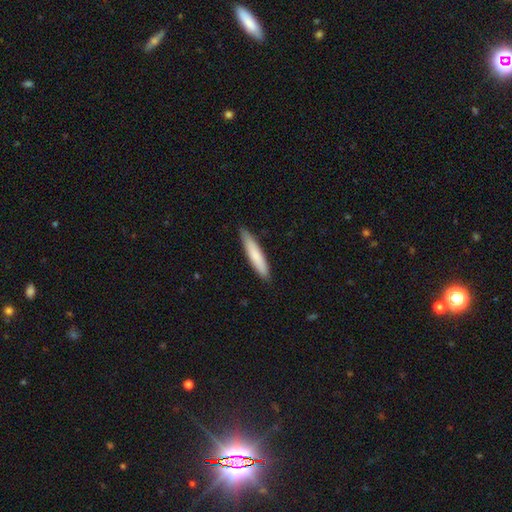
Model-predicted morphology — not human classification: A smooth galaxy with no disk features (78%) that is cigar-shaped (90%). Merging: none (87%).